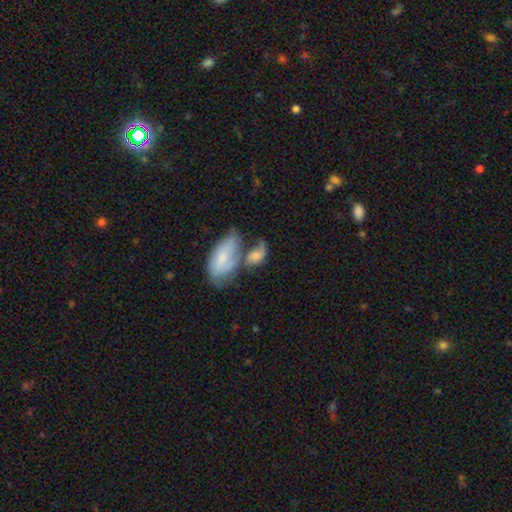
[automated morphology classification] Smooth or featured: smooth — 59% (featured or disk — 33%)
How rounded: in between — 85% (round — 10%)
Merging: merger — 48% (none — 22%)